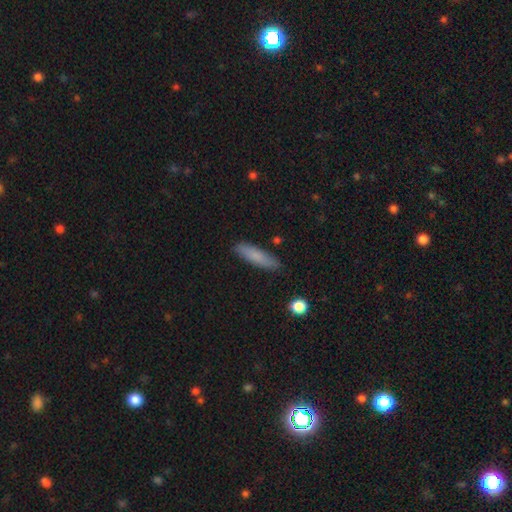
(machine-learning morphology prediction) Overall: smooth (82%). How rounded: cigar-shaped (73%). Merging: none (86%).